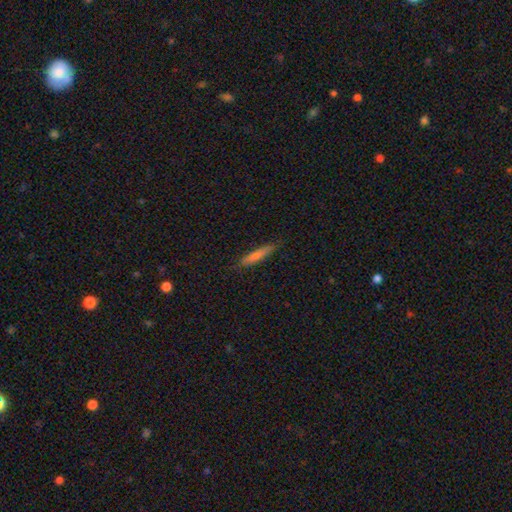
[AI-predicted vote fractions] smooth_or_featured: smooth (p=0.72) [alt: featured or disk p=0.21]
how_rounded: cigar-shaped (p=0.92) [alt: in between p=0.06]
merging: none (p=0.86) [alt: minor disturbance p=0.11]